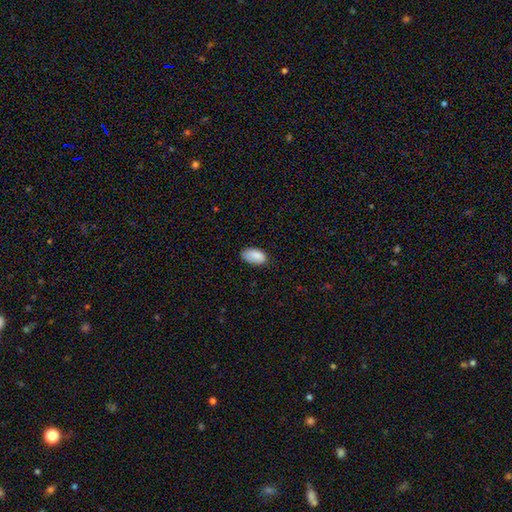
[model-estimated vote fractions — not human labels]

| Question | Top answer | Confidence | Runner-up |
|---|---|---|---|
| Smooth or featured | smooth | 87% | star or artifact (7%) |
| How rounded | in between | 94% | round (4%) |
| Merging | none | 74% | minor disturbance (21%) |